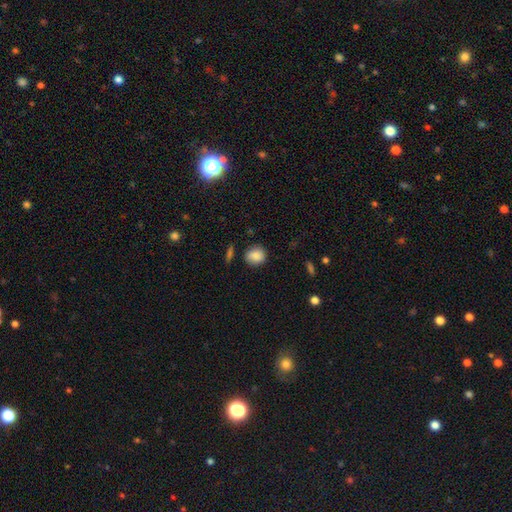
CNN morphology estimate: smooth 86%, star or artifact 9%, featured or disk 5%. Down the decision tree: how rounded — round (77%); merging — none (79%).